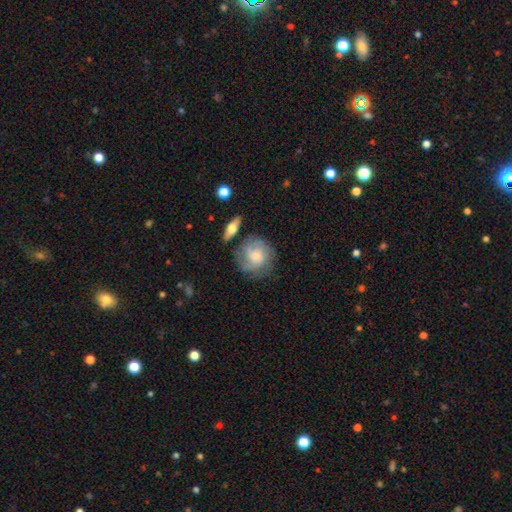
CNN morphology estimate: smooth_or_featured: featured or disk (p=0.60) [alt: smooth p=0.34]
disk_edge_on: no (p=0.96) [alt: yes p=0.04]
bar: no (p=0.71) [alt: weak p=0.25]
has_spiral_arms: yes (p=0.88) [alt: no p=0.12]
spiral_winding: tight (p=0.49) [alt: medium p=0.37]
spiral_arm_count: can't tell (p=0.32) [alt: 2 p=0.30]
bulge_size: small (p=0.43) [alt: moderate p=0.38]
merging: none (p=0.66) [alt: minor disturbance p=0.19]